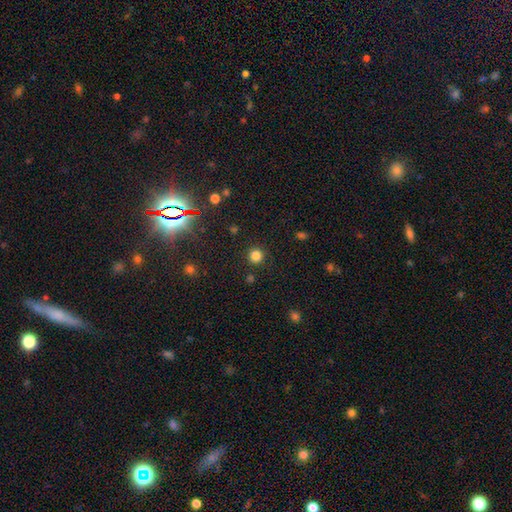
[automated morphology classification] smooth-or-featured: smooth: 81% | star or artifact: 15% | featured or disk: 4%
  how-rounded: round: 95% | in between: 4% | cigar-shaped: 1%
  merging: none: 91% | minor disturbance: 6% | major disturbance: 2% | merger: 2%